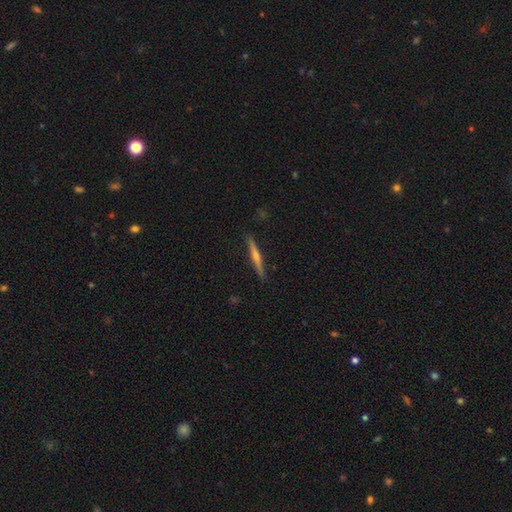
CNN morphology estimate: featured or disk 65%, smooth 29%, star or artifact 6%. Down the decision tree: edge-on disk — yes (98%); edge-on bulge — rounded (72%); merging — none (90%).